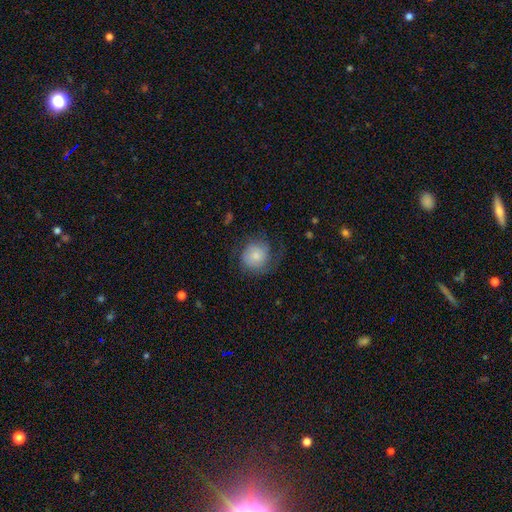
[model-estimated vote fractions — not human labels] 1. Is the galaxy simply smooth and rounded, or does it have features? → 64% smooth, 28% featured or disk, 8% star or artifact.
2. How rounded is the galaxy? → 84% round, 15% in between, 1% cigar-shaped.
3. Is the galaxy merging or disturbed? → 57% none, 23% minor disturbance, 19% major disturbance, 1% merger.